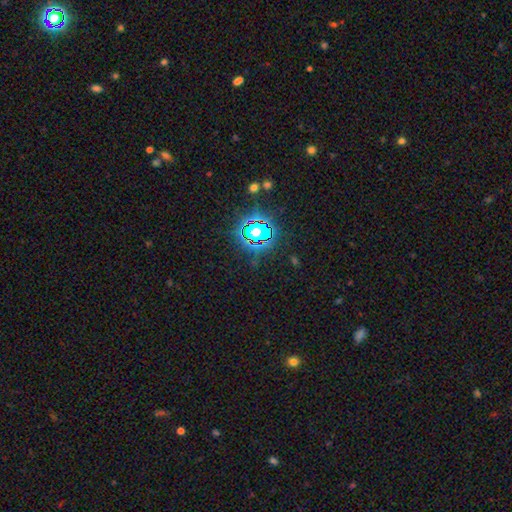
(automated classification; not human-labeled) smooth_or_featured: star or artifact (p=0.81) [alt: smooth p=0.12]